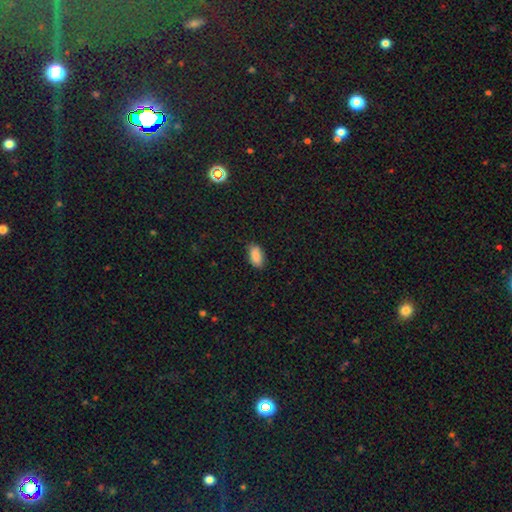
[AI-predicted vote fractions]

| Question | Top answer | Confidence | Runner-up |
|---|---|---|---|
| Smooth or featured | smooth | 87% | star or artifact (8%) |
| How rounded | in between | 93% | round (4%) |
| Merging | none | 85% | minor disturbance (12%) |